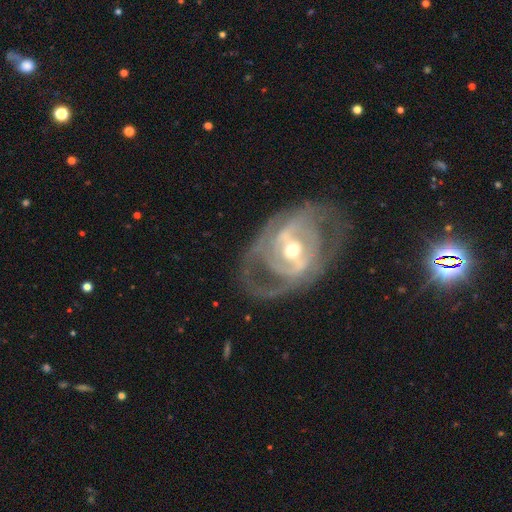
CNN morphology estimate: This is clearly a featured or disk galaxy (85%). It is clearly not viewed edge-on (95%). Bar: marginally strong (42%). Spiral arm pattern: clearly yes (86%). Spiral arm count: possibly 2 (48%). Spiral winding: possibly tight (47%). Central bulge: possibly moderate (57%). Merging: likely none (65%).